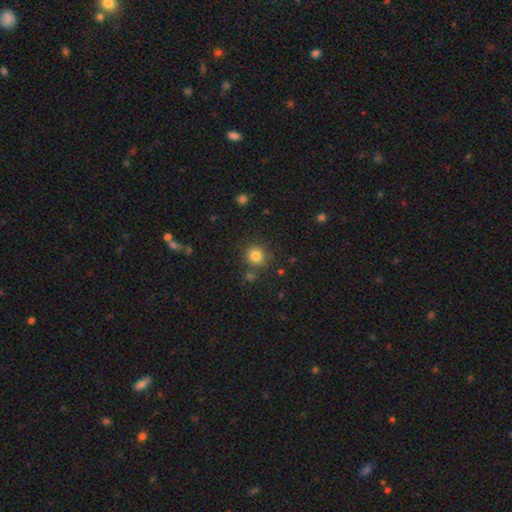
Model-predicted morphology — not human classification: The model was most divided on "smooth or featured": smooth: 82%, star or artifact: 12%, featured or disk: 6%. More confident: how rounded — round (89%); merging — none (80%).